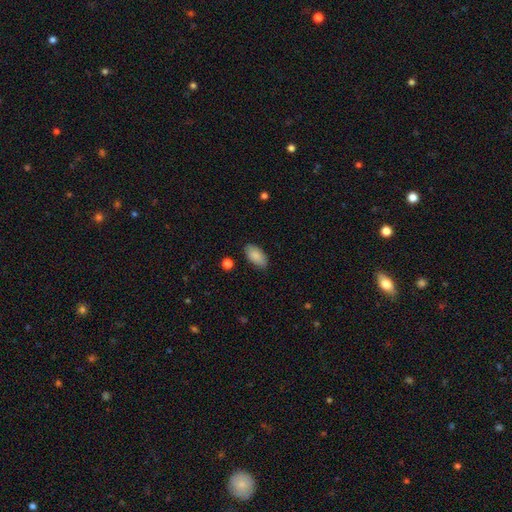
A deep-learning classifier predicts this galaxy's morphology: Smooth or featured? smooth (87%)
How rounded? in between (94%)
Merging? none (86%)